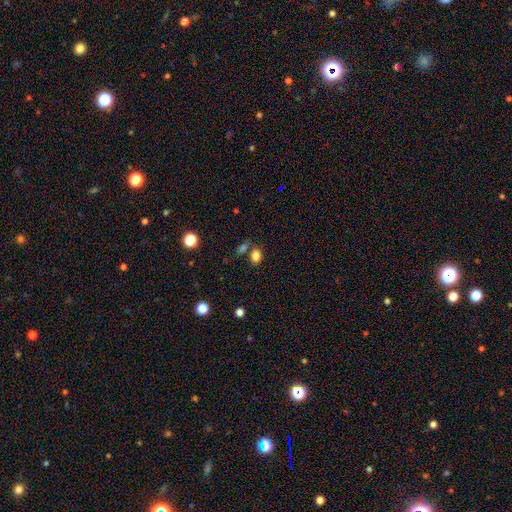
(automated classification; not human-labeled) This is clearly a smooth galaxy (81%). How rounded: likely in between (71%). Merging: likely none (62%).